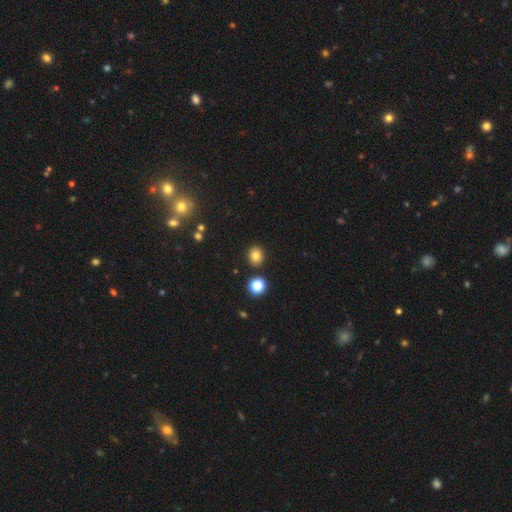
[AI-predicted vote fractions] Smooth or featured? smooth (80%)
How rounded? round (69%)
Merging? none (87%)